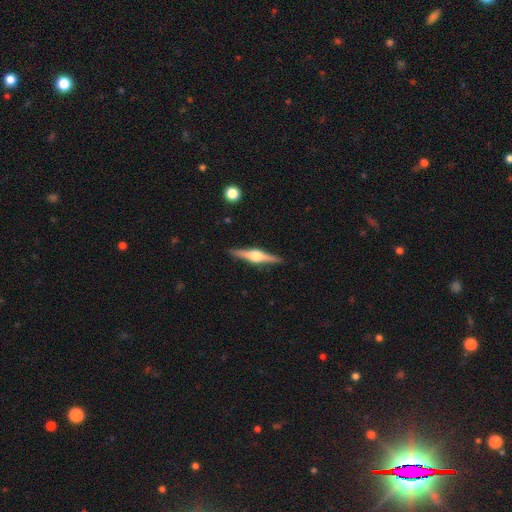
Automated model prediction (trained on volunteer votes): Smooth or featured? Predicted: featured or disk (p=0.79). Edge-on disk? Predicted: yes (p=0.98). Edge-on bulge? Predicted: rounded (p=0.93). Merging? Predicted: none (p=0.91).